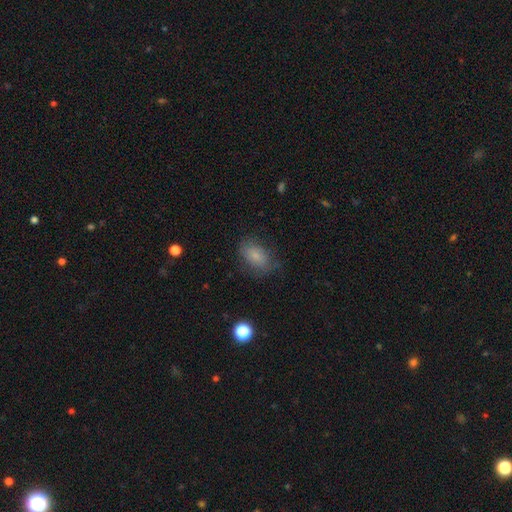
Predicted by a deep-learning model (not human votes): smooth-or-featured: smooth: 76% | featured or disk: 15% | star or artifact: 10%
  how-rounded: in between: 85% | round: 14% | cigar-shaped: 2%
  merging: none: 70% | minor disturbance: 20% | major disturbance: 8% | merger: 1%